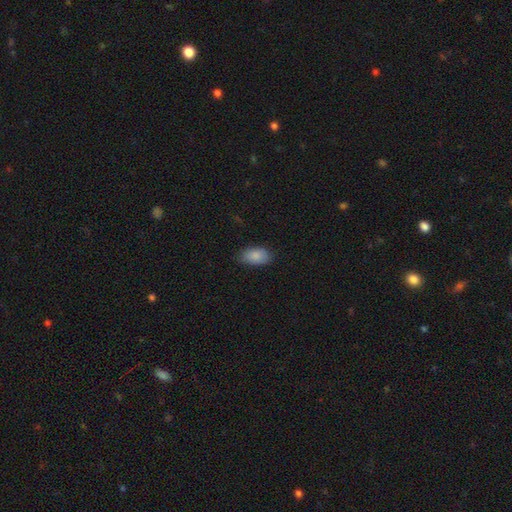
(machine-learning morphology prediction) This appears to be a smooth galaxy with no disk features (87%) that is in between round and cigar-shaped (92%). Merging: none (79%).